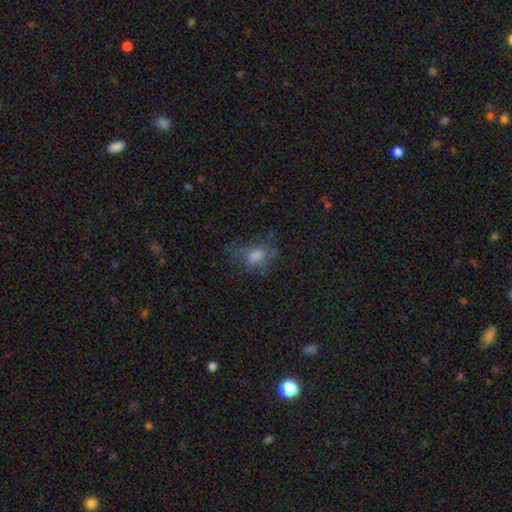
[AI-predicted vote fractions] Overall: smooth (44%; featured or disk 37%). Merging: none (48%; major disturbance 28%).